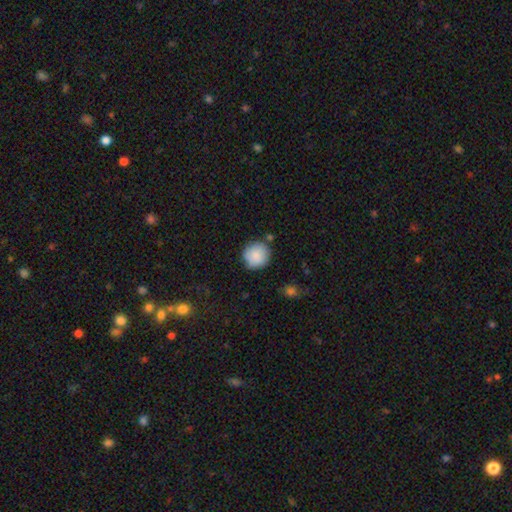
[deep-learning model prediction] Morphology: type=smooth (86%); roundness=round (91%); merging=none (81%).